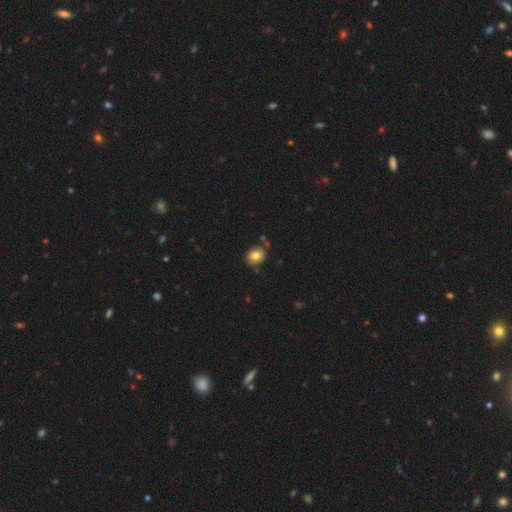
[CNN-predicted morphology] smooth 79%, featured or disk 11%, star or artifact 10%. Down the decision tree: how rounded — round (62%); merging — none (76%).